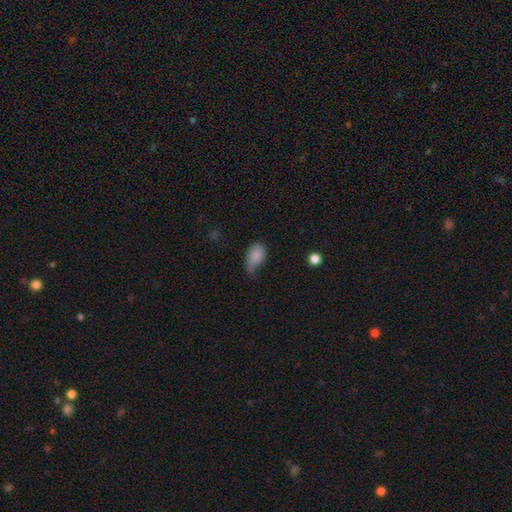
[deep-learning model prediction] smooth-or-featured: smooth: 84% | star or artifact: 9% | featured or disk: 7%
  how-rounded: in between: 89% | round: 9% | cigar-shaped: 2%
  merging: minor disturbance: 46% | none: 36% | major disturbance: 15% | merger: 3%